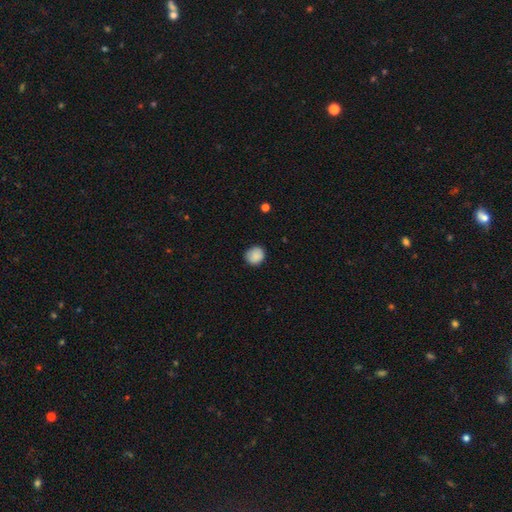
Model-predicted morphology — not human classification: smooth-or-featured: smooth: 87% | star or artifact: 8% | featured or disk: 5%
  how-rounded: round: 84% | in between: 15% | cigar-shaped: 1%
  merging: none: 84% | minor disturbance: 13% | major disturbance: 2% | merger: 1%